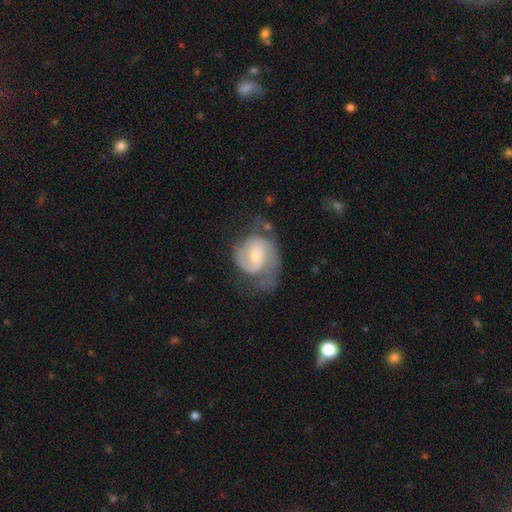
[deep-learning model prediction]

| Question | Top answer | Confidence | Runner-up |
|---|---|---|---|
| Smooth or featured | featured or disk | 76% | smooth (18%) |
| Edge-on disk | no | 98% | yes (2%) |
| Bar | weak | 50% | no (39%) |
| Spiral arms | yes | 91% | no (9%) |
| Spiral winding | medium | 44% | tight (38%) |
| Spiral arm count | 2 | 57% | 1 (19%) |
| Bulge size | small | 48% | moderate (43%) |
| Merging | none | 43% | major disturbance (29%) |